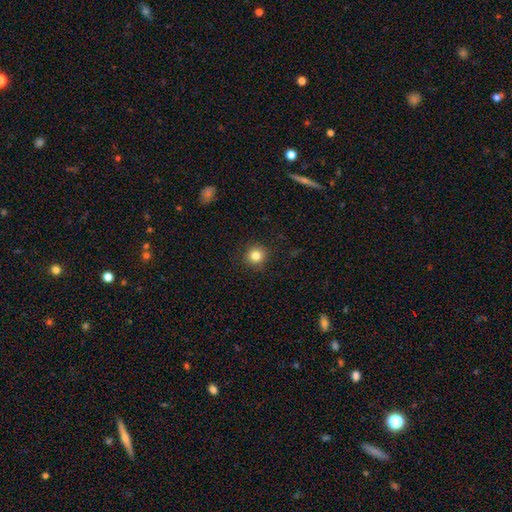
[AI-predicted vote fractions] Smooth or featured?
  - smooth: 83% *
  - star or artifact: 11%
  - featured or disk: 6%
How rounded?
  - round: 94% *
  - in between: 5%
  - cigar-shaped: 1%
Merging?
  - none: 92% *
  - minor disturbance: 5%
  - major disturbance: 2%
  - merger: 1%